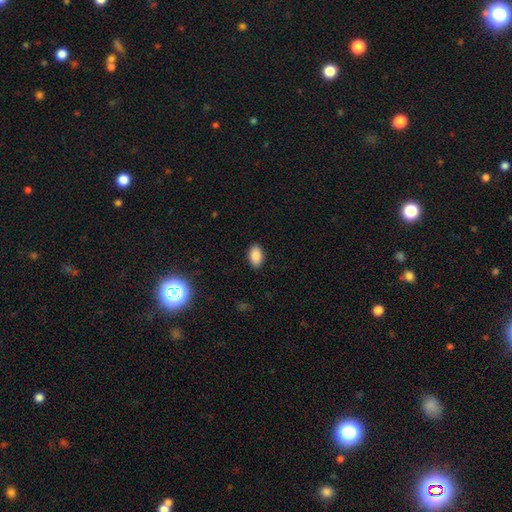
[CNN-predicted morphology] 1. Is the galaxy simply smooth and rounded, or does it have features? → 89% smooth, 8% star or artifact, 3% featured or disk.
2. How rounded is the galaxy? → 92% in between, 7% round, 1% cigar-shaped.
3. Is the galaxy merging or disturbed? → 89% none, 8% minor disturbance, 2% major disturbance, 1% merger.